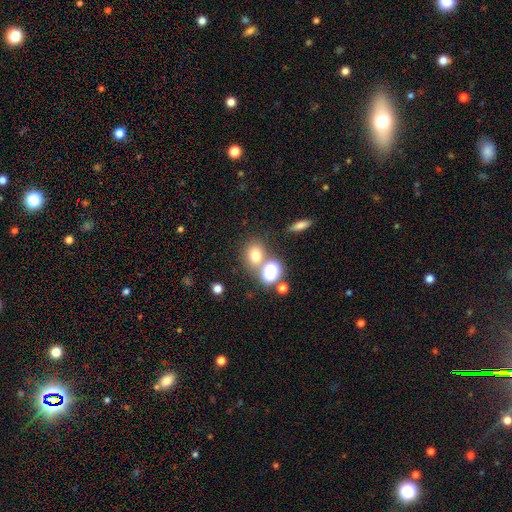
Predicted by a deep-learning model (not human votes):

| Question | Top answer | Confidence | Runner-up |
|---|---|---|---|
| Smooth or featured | smooth | 69% | star or artifact (21%) |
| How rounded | round | 62% | in between (37%) |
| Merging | none | 65% | merger (20%) |